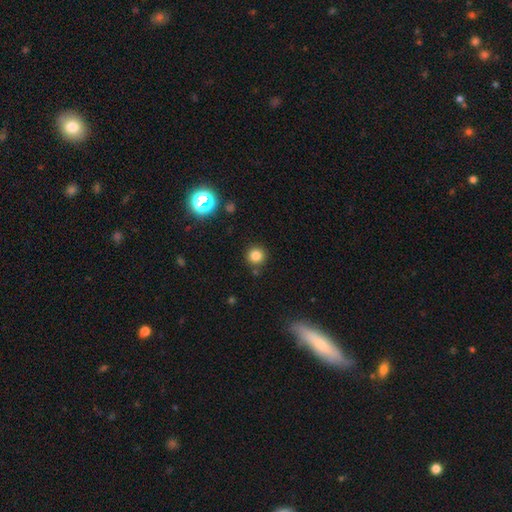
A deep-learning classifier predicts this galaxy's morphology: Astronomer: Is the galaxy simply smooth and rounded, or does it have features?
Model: smooth — 82%.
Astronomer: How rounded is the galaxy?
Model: round — 93%.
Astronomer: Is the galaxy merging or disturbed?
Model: none — 86%.